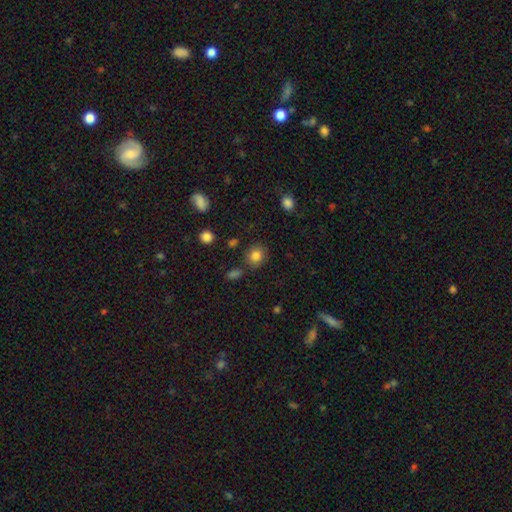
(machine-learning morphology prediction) A smooth galaxy with no disk features (83%) that is round (73%).

Vote fractions:
- Smooth or featured? smooth: 83% / star or artifact: 10% / featured or disk: 6%
- How rounded? round: 73% / in between: 26% / cigar-shaped: 1%
- Merging? none: 79% / minor disturbance: 12% / merger: 5% / major disturbance: 4%